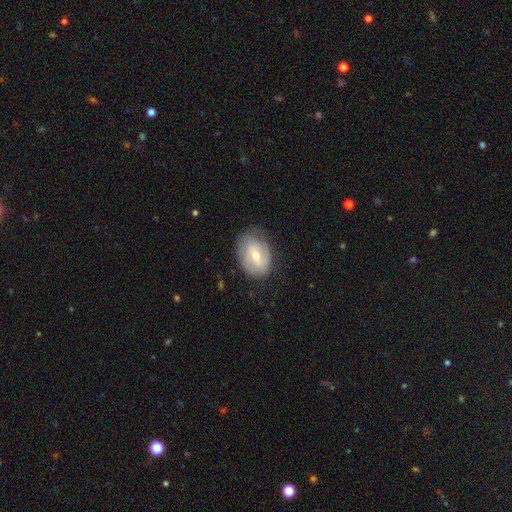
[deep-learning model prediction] Q: Smooth or featured?
A: featured or disk (54%); runner-up: smooth (39%)
Q: Edge-on disk?
A: no (95%); runner-up: yes (5%)
Q: Bar?
A: weak (52%); runner-up: no (29%)
Q: Spiral arms?
A: yes (70%); runner-up: no (30%)
Q: Bulge size?
A: moderate (57%); runner-up: small (39%)
Q: Merging?
A: none (72%); runner-up: minor disturbance (21%)